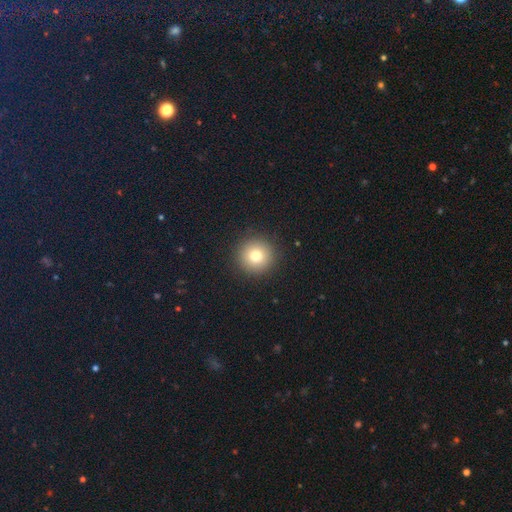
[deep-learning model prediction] This appears to be a smooth galaxy with no disk features (76%) that is round (95%). Merging: none (92%).